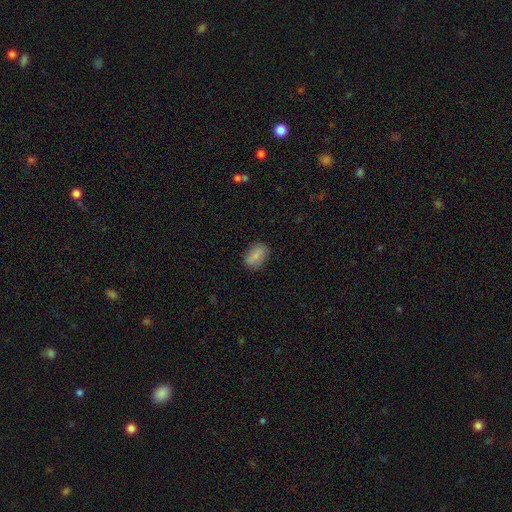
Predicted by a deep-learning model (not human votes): smooth_or_featured: smooth (p=0.81) [alt: featured or disk p=0.11]
how_rounded: in between (p=0.83) [alt: round p=0.14]
merging: none (p=0.82) [alt: minor disturbance p=0.13]